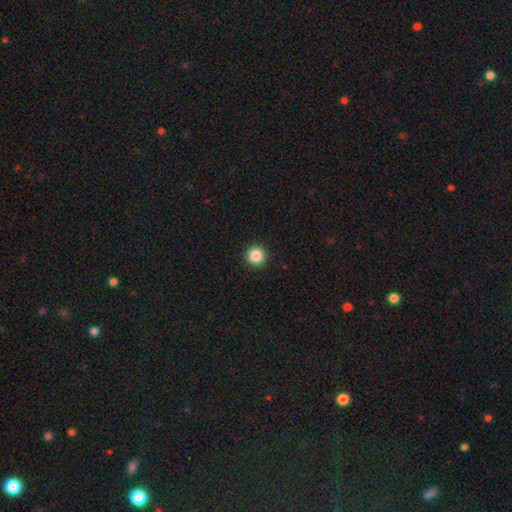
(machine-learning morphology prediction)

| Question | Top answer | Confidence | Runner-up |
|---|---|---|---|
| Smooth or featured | smooth | 86% | star or artifact (10%) |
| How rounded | round | 95% | in between (4%) |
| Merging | none | 93% | minor disturbance (5%) |